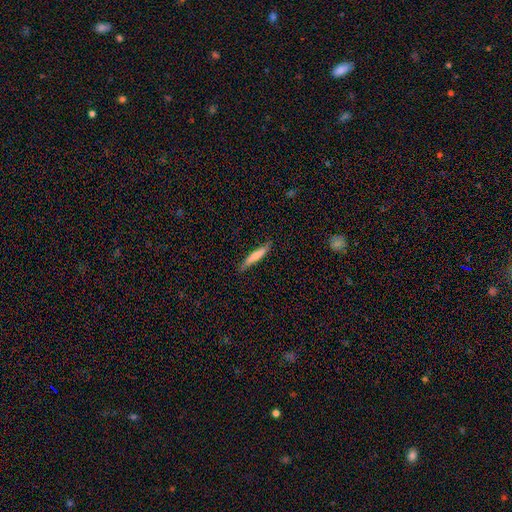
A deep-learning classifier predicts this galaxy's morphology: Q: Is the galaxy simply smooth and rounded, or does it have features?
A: smooth — 70%.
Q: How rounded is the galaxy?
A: cigar-shaped — 92%.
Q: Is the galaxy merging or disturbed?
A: none — 81%.